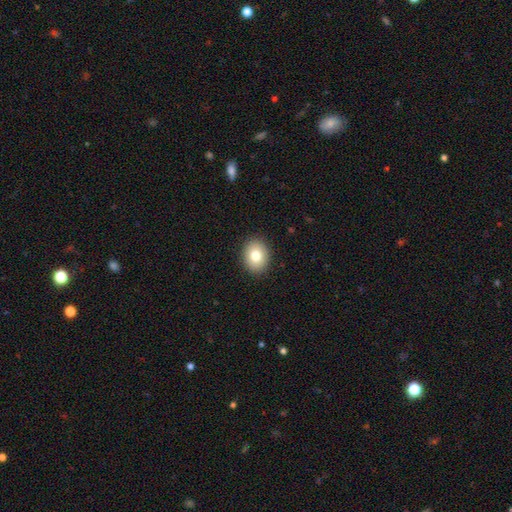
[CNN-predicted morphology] Smooth or featured? Predicted: smooth (p=0.79). How rounded? Predicted: in between (p=0.53). Merging? Predicted: none (p=0.90).